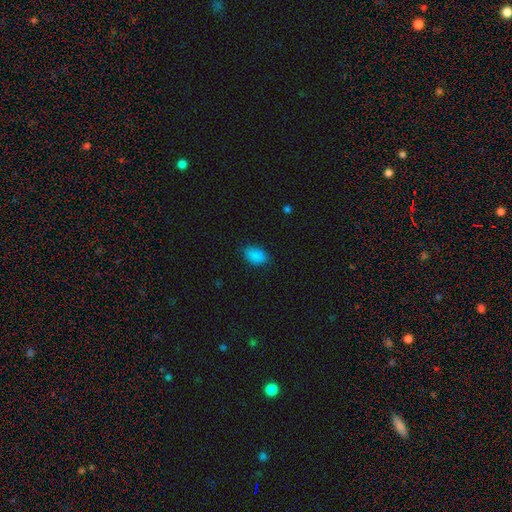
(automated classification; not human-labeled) Q: Smooth or featured?
A: smooth (87%); runner-up: star or artifact (9%)
Q: How rounded?
A: in between (86%); runner-up: round (12%)
Q: Merging?
A: none (82%); runner-up: minor disturbance (14%)